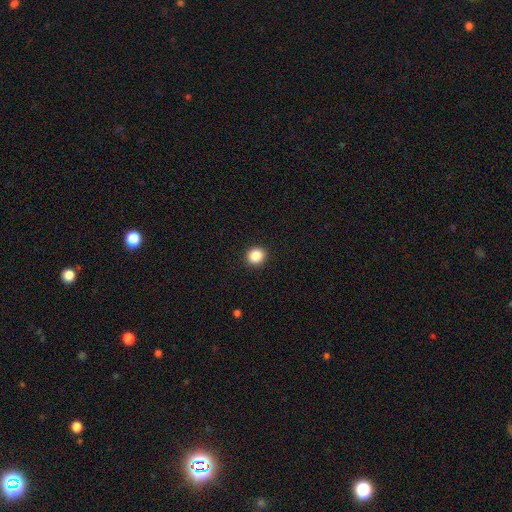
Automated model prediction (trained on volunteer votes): The model was most divided on "how rounded": round: 87%, in between: 12%, cigar-shaped: 1%. More confident: merging — none (92%); smooth or featured — smooth (87%).